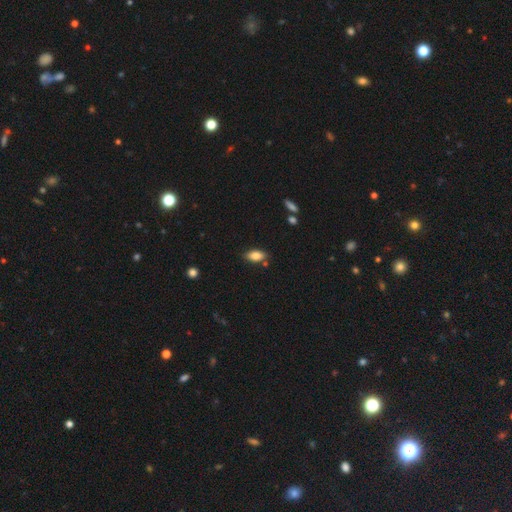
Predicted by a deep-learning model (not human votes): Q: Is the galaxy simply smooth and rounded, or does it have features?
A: smooth — 83%.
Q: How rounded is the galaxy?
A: in between — 90%.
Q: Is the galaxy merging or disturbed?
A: none — 79%.